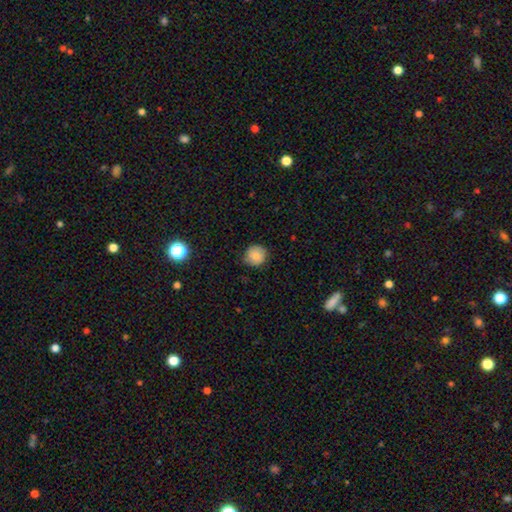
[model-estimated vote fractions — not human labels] Smooth or featured? smooth (78%)
How rounded? round (88%)
Merging? none (80%)